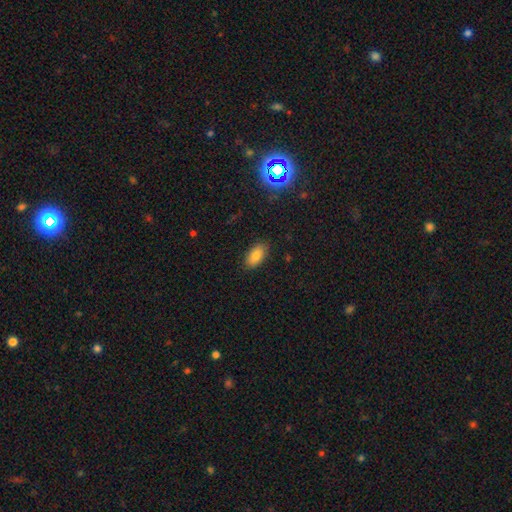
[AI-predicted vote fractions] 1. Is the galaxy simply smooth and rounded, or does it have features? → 80% smooth, 12% star or artifact, 9% featured or disk.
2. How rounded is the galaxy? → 92% in between, 4% round, 4% cigar-shaped.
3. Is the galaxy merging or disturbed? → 86% none, 10% minor disturbance, 3% major disturbance, 1% merger.